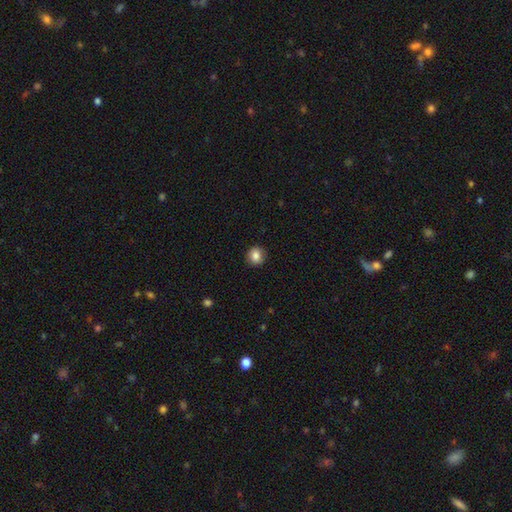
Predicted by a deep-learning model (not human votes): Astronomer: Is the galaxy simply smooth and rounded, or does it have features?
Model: smooth — 83%.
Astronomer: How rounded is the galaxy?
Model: round — 84%.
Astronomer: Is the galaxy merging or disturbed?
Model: none — 89%.